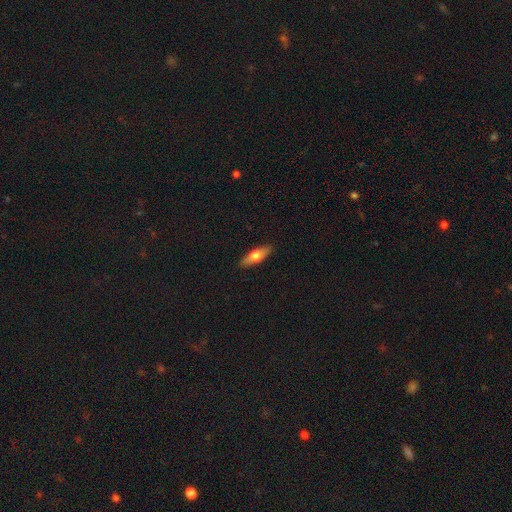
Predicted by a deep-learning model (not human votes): Morphology: type=smooth (56%); roundness=cigar-shaped (50%); merging=none (90%).